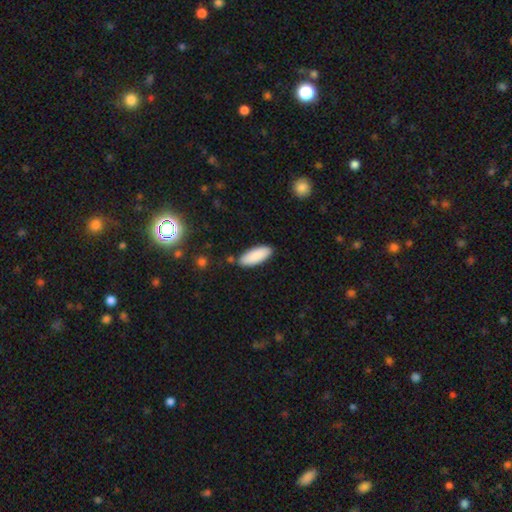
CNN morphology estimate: The model was most divided on "how rounded": in between: 75%, cigar-shaped: 24%, round: 1%. More confident: smooth or featured — smooth (89%); merging — none (84%).